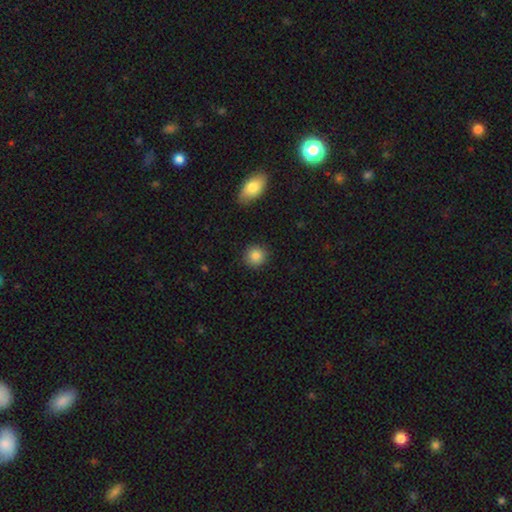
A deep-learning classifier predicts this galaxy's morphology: Smooth or featured? Predicted: smooth (p=0.85). How rounded? Predicted: round (p=0.91). Merging? Predicted: none (p=0.89).